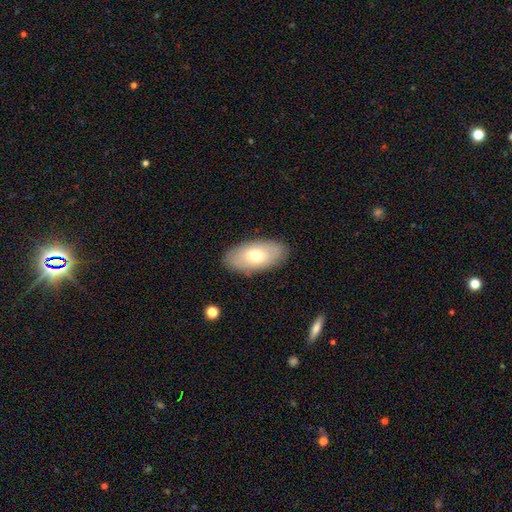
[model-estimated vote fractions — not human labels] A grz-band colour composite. It shows a smooth galaxy with no disk features (69%) that is in between round and cigar-shaped (93%). Merging: none (87%).